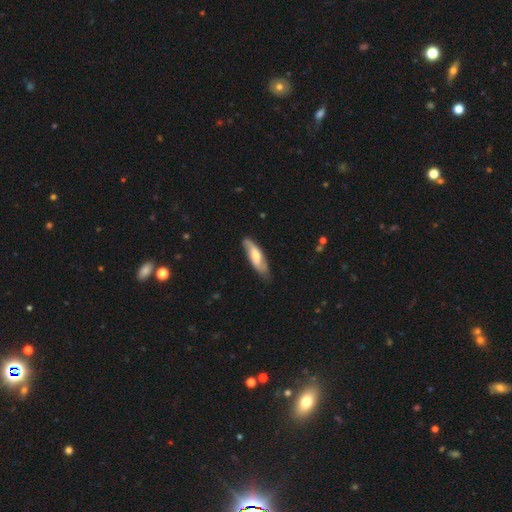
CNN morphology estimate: featured or disk 52%, smooth 43%, star or artifact 5%. Down the decision tree: edge-on disk — no (69%); merging — none (75%).